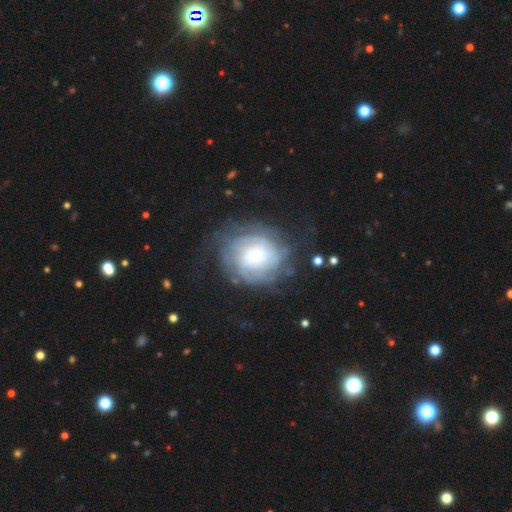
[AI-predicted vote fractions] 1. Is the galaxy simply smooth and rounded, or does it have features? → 69% featured or disk, 23% smooth, 8% star or artifact.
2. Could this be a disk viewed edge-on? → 97% no, 3% yes.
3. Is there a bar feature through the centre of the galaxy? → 75% no, 21% weak, 4% strong.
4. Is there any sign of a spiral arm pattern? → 83% yes, 17% no.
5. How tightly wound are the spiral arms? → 63% tight, 26% medium, 10% loose.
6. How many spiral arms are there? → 54% can't tell, 15% 2, 11% 3, 9% 4, 6% more than 4, 5% 1.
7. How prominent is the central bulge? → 45% small, 34% moderate, 15% large, 3% none, 2% dominant.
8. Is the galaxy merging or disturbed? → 64% none, 20% minor disturbance, 15% major disturbance, 2% merger.